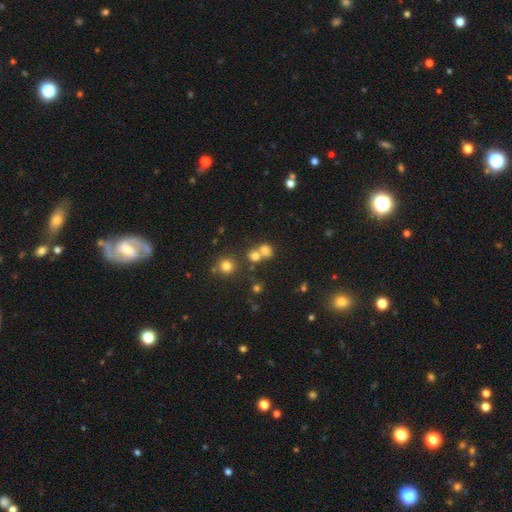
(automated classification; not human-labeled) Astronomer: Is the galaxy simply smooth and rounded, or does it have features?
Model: smooth — 72%.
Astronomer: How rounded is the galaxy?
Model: round — 71%.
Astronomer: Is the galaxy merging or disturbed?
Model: merger — 46% (runner-up: none, 42%).